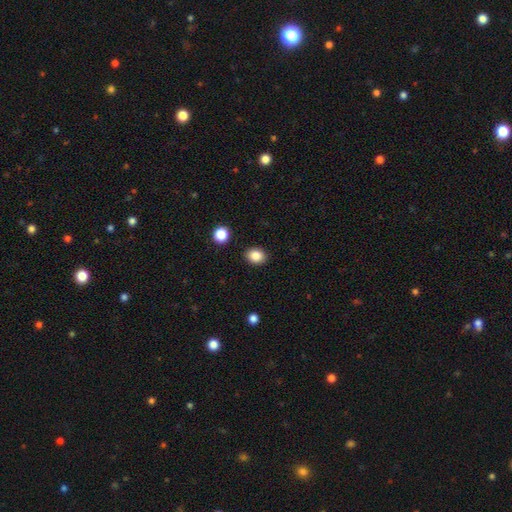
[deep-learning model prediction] Morphology: type=smooth (86%); roundness=in between (52%); merging=none (89%).